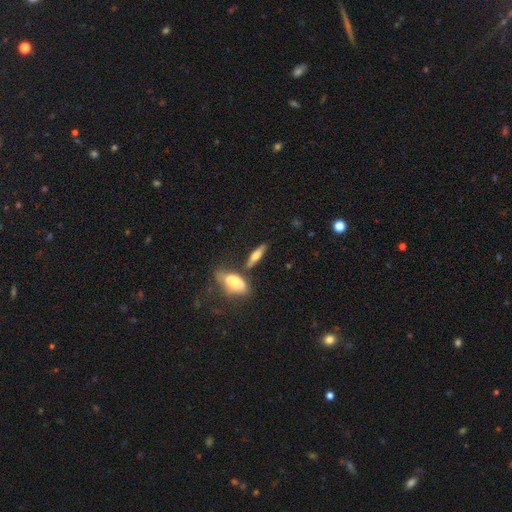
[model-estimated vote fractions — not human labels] A smooth galaxy with no disk features (55%) that is cigar-shaped (59%). Merging: none (66%).